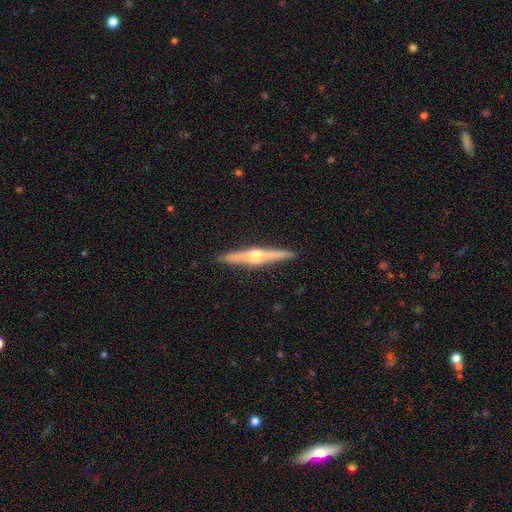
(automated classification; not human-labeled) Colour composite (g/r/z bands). It shows a featured or disk galaxy (81%) viewed edge-on (98%) with a rounded central bulge (93%). Merging: none (92%).